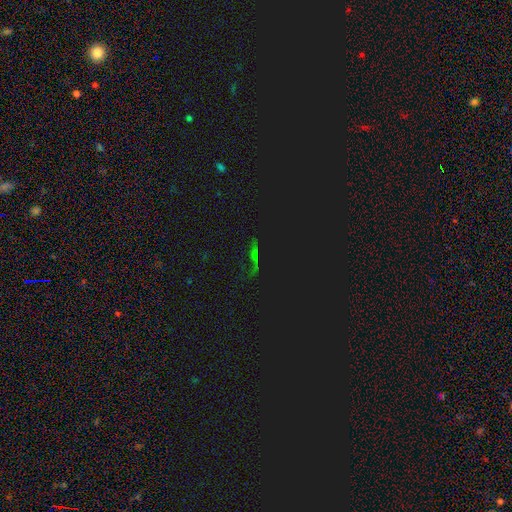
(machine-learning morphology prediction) type=star or artifact (64%).